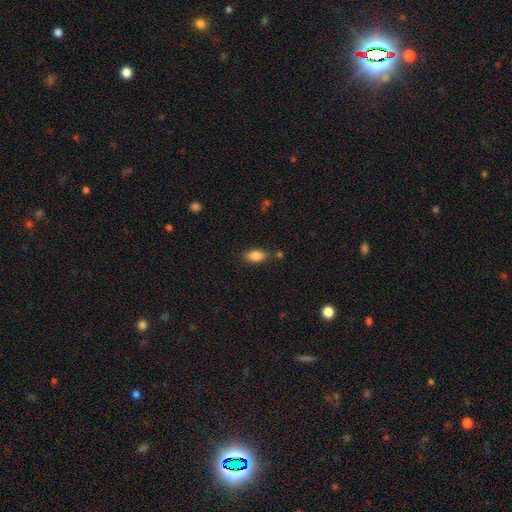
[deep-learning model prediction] smooth_or_featured: smooth (p=0.85) [alt: star or artifact p=0.08]
how_rounded: in between (p=0.90) [alt: cigar-shaped p=0.06]
merging: none (p=0.78) [alt: minor disturbance p=0.13]